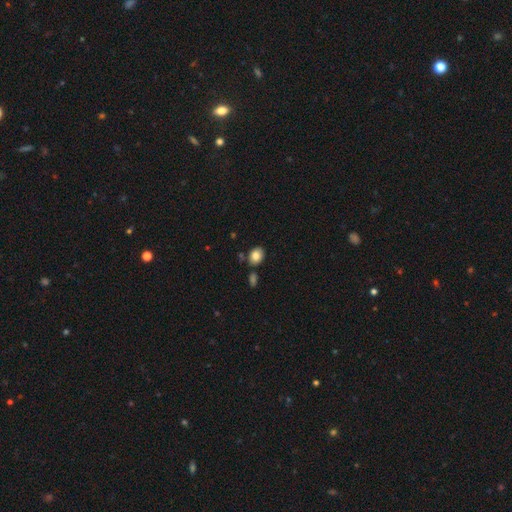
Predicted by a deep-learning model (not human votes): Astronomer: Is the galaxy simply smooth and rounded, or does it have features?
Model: smooth — 84%.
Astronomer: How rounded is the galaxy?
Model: in between — 66%.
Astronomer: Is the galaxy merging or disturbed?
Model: none — 77%.